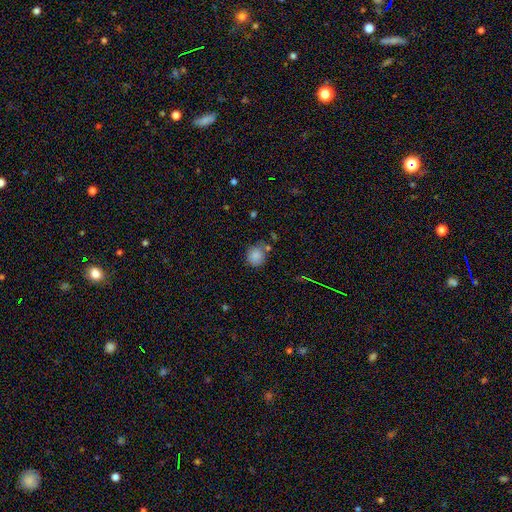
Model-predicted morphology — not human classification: smooth-or-featured: smooth: 85% | star or artifact: 10% | featured or disk: 5%
  how-rounded: round: 83% | in between: 16% | cigar-shaped: 1%
  merging: none: 70% | minor disturbance: 17% | merger: 9% | major disturbance: 4%